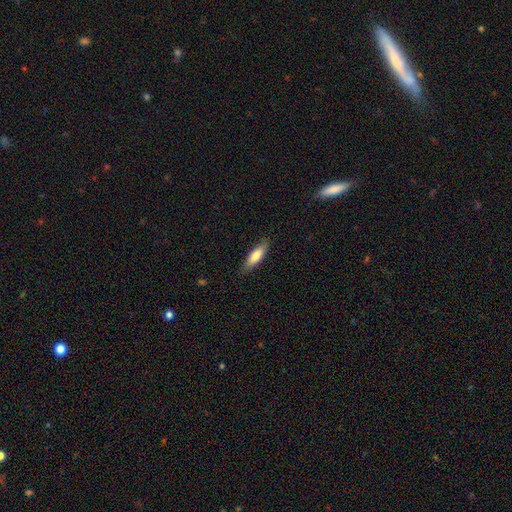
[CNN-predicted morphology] The model was most divided on "how rounded": cigar-shaped: 55%, in between: 43%, round: 2%. More confident: merging — none (83%); smooth or featured — smooth (78%).